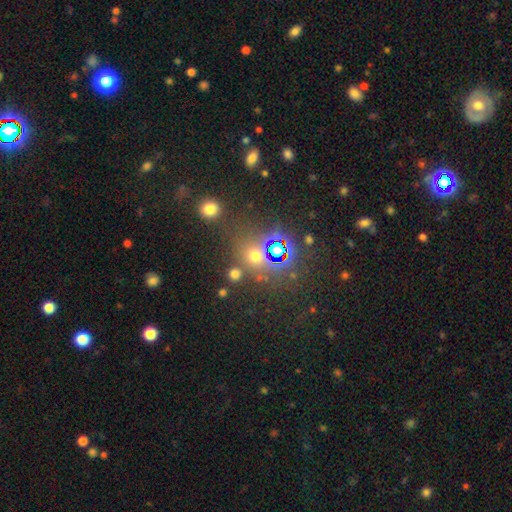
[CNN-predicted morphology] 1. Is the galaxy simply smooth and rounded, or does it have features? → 54% smooth, 37% star or artifact, 9% featured or disk.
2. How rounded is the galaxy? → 81% round, 18% in between, 1% cigar-shaped.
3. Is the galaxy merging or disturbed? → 71% none, 13% merger, 10% minor disturbance, 6% major disturbance.